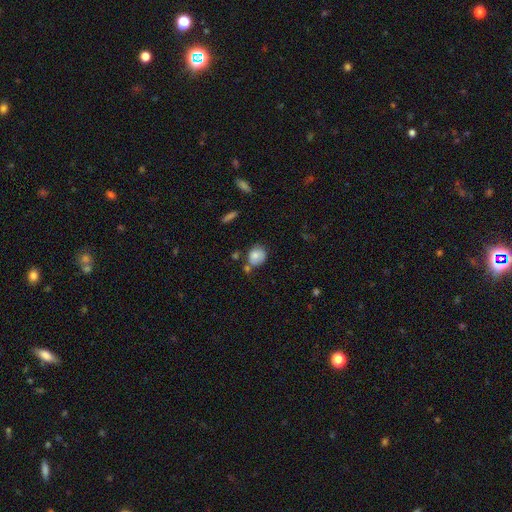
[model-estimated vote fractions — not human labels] Smooth or featured: smooth — 78% (featured or disk — 13%)
How rounded: round — 70% (in between — 29%)
Merging: none — 60% (minor disturbance — 21%)